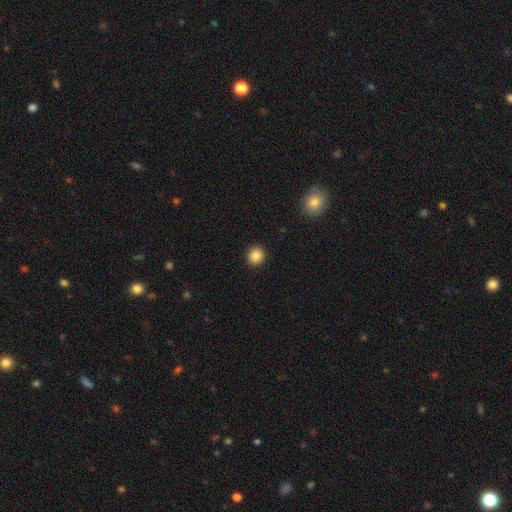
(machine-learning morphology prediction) smooth_or_featured: smooth (p=0.87) [alt: star or artifact p=0.10]
how_rounded: round (p=0.91) [alt: in between p=0.08]
merging: none (p=0.93) [alt: minor disturbance p=0.05]